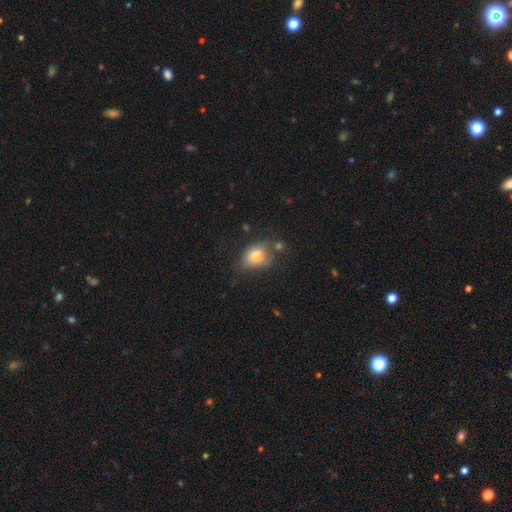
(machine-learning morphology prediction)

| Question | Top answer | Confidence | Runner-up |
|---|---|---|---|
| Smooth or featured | smooth | 75% | featured or disk (16%) |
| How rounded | in between | 69% | round (29%) |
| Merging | none | 46% | minor disturbance (29%) |